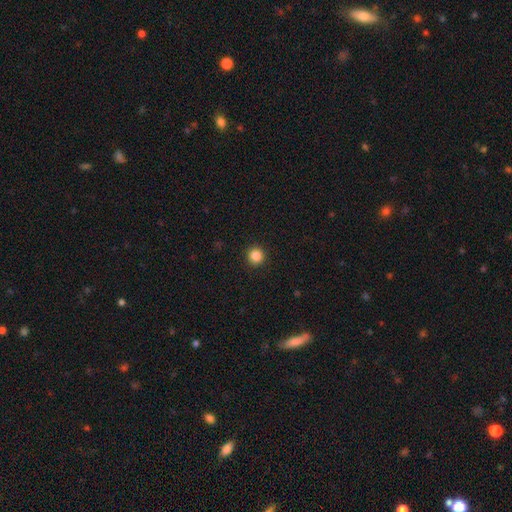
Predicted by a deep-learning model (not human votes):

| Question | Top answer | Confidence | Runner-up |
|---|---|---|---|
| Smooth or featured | smooth | 86% | star or artifact (11%) |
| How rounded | round | 95% | in between (4%) |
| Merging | none | 93% | minor disturbance (5%) |